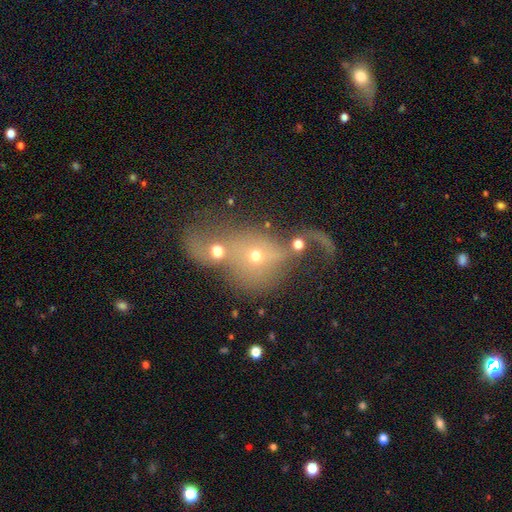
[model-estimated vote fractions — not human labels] Smooth or featured? smooth (47%)
Merging? merger (77%)